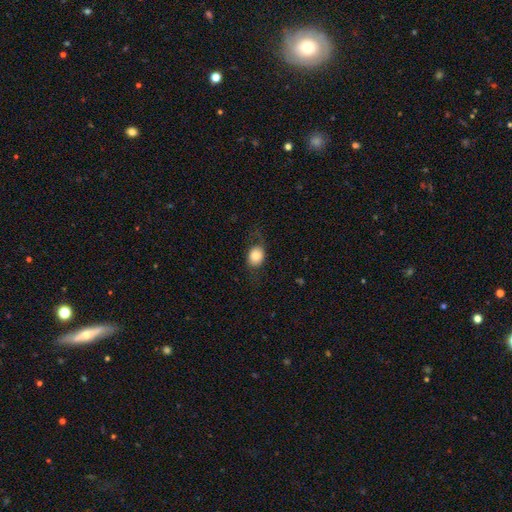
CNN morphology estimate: Smooth or featured: smooth — 71% (featured or disk — 20%)
How rounded: round — 52% (in between — 46%)
Merging: none — 63% (minor disturbance — 20%)